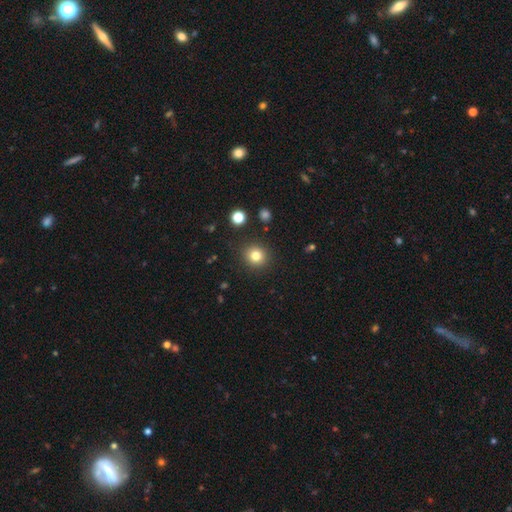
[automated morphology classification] The model was most divided on "smooth or featured": smooth: 81%, star or artifact: 12%, featured or disk: 7%. More confident: how rounded — round (89%); merging — none (89%).